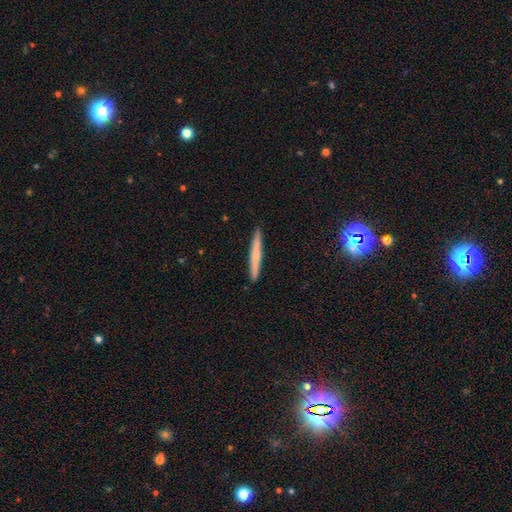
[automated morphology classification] Smooth or featured?
  - smooth: 59% *
  - featured or disk: 34%
  - star or artifact: 7%
How rounded?
  - cigar-shaped: 96% *
  - in between: 2%
  - round: 1%
Merging?
  - none: 92% *
  - minor disturbance: 6%
  - major disturbance: 1%
  - merger: 1%